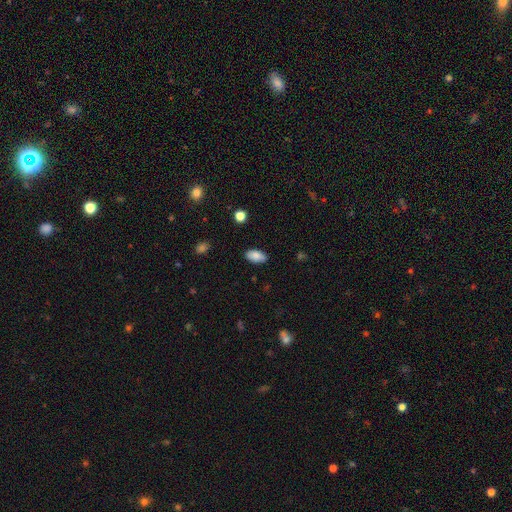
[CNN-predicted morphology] A smooth galaxy with no disk features (86%) that is in between round and cigar-shaped (94%).

Vote fractions:
- Smooth or featured? smooth: 86% / star or artifact: 7% / featured or disk: 6%
- How rounded? in between: 94% / cigar-shaped: 3% / round: 3%
- Merging? none: 87% / minor disturbance: 10% / major disturbance: 2% / merger: 1%